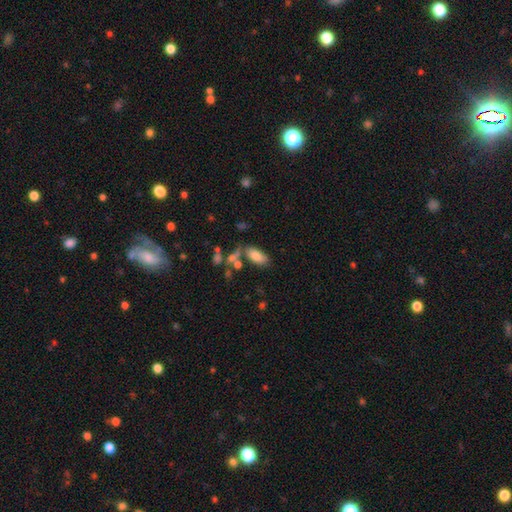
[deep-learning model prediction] This is clearly a smooth galaxy (81%). How rounded: clearly in between (90%). Merging: likely none (64%).